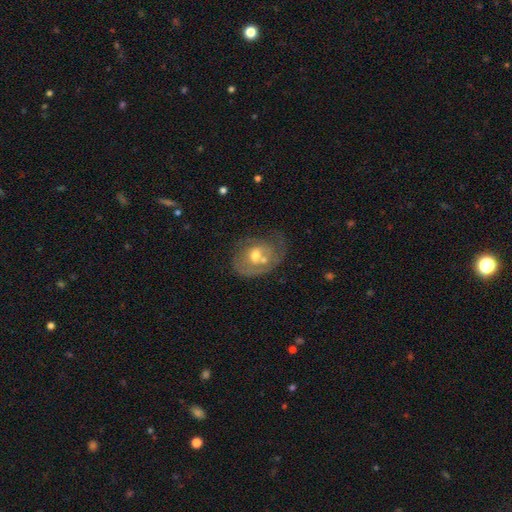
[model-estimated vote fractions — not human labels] smooth_or_featured: featured or disk (p=0.62) [alt: smooth p=0.29]
disk_edge_on: no (p=0.96) [alt: yes p=0.04]
bar: no (p=0.77) [alt: weak p=0.19]
has_spiral_arms: yes (p=0.59) [alt: no p=0.41]
bulge_size: moderate (p=0.70) [alt: small p=0.20]
merging: none (p=0.37) [alt: minor disturbance p=0.22]